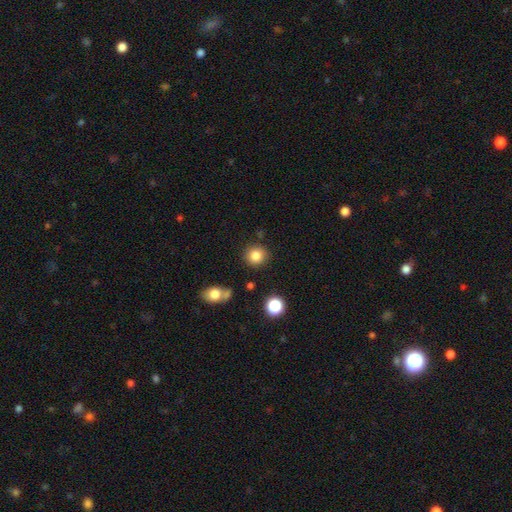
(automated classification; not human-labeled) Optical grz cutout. It shows a smooth galaxy with no disk features (83%) that is round (89%). Merging: none (86%).